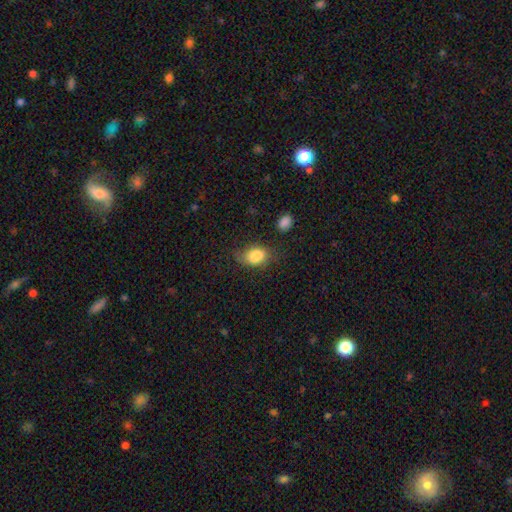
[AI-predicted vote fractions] This appears to be a smooth galaxy with no disk features (81%) that is in between round and cigar-shaped (82%). Merging: none (50%).